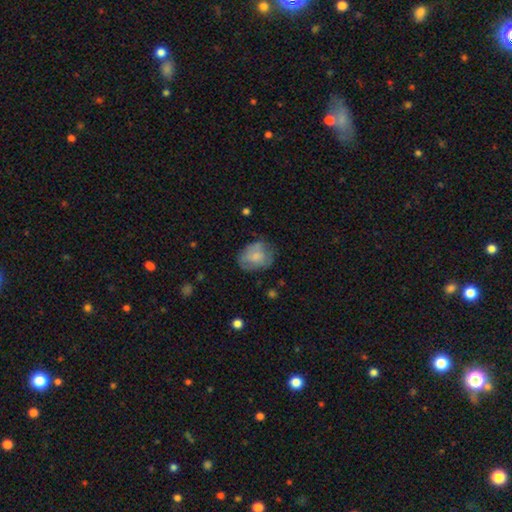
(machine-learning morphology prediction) Smooth or featured? smooth (67%)
How rounded? in between (58%)
Merging? none (58%)